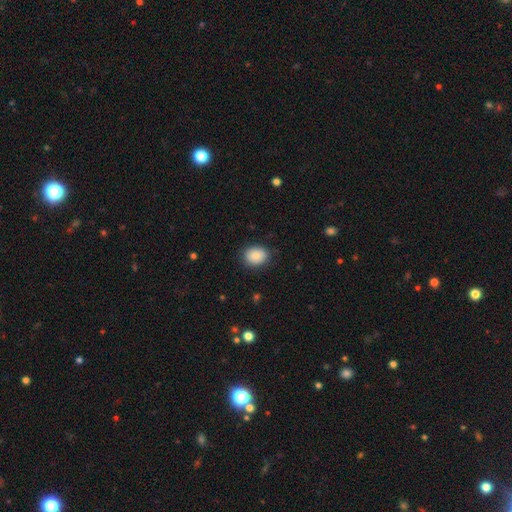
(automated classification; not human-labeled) Smooth or featured? smooth (86%)
How rounded? in between (53%)
Merging? none (84%)